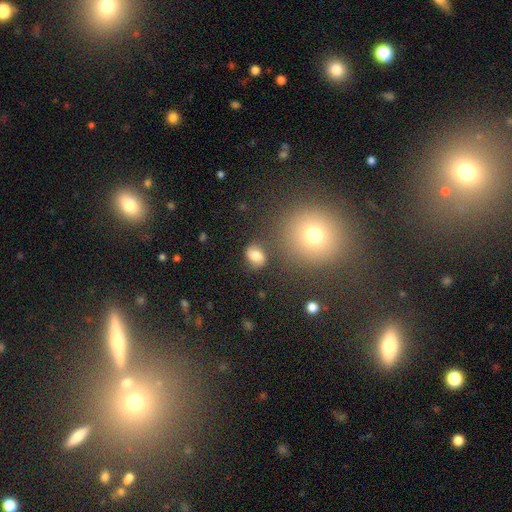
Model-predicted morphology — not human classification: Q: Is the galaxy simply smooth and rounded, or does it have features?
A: smooth — 63%.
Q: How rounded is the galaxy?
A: in between — 53%.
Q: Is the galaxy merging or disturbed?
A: none — 73%.